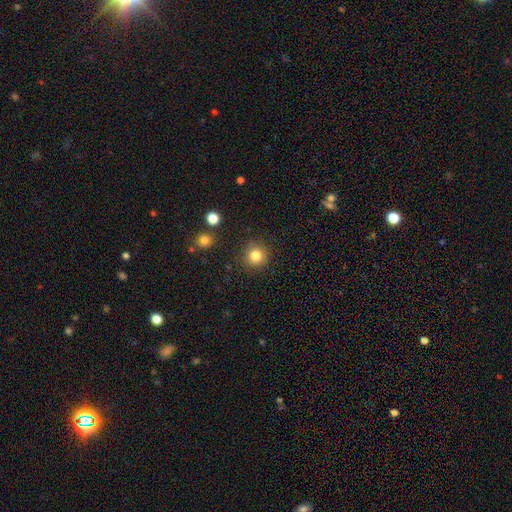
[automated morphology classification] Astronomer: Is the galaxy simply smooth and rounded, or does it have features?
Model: smooth — 83%.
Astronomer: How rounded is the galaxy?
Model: round — 93%.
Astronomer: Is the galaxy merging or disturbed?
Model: none — 89%.